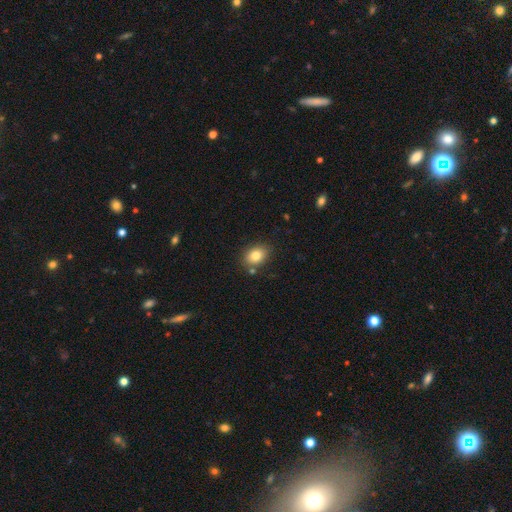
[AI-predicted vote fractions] Overall: smooth (82%). How rounded: in between (62%; round 37%). Merging: none (78%).